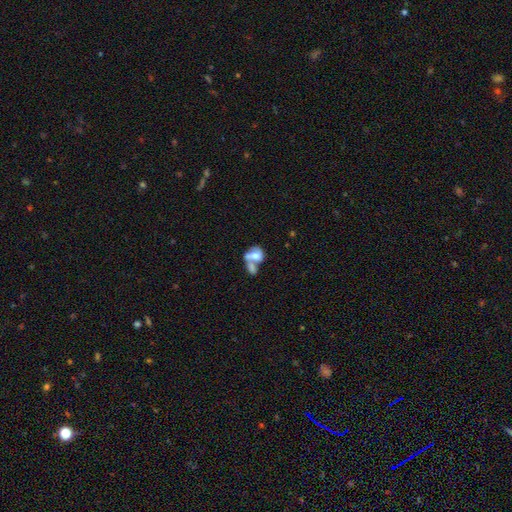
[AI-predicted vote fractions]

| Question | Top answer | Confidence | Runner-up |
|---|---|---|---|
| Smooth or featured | smooth | 57% | featured or disk (35%) |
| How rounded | in between | 68% | round (30%) |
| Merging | merger | 67% | none (15%) |